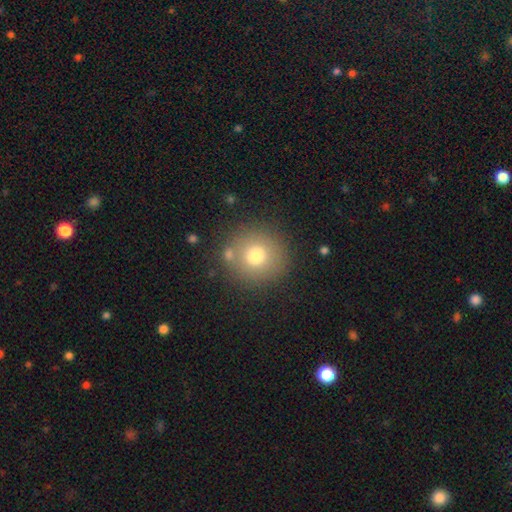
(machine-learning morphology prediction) smooth 74%, star or artifact 13%, featured or disk 13%. Down the decision tree: how rounded — round (93%); merging — none (83%).